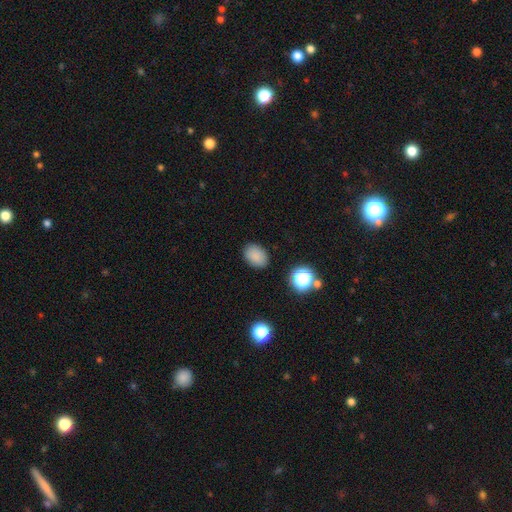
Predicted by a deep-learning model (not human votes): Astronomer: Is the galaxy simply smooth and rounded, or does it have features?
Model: smooth — 84%.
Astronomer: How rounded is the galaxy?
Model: in between — 76%.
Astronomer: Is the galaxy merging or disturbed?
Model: none — 86%.